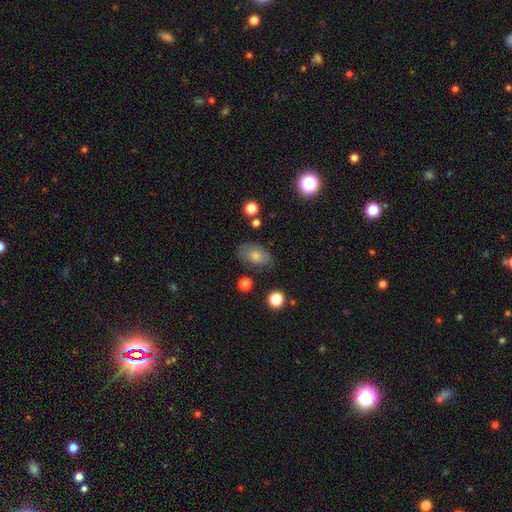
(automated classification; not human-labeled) Smooth or featured?
  - smooth: 65% *
  - featured or disk: 22%
  - star or artifact: 13%
How rounded?
  - in between: 84% *
  - round: 14%
  - cigar-shaped: 2%
Merging?
  - none: 67% *
  - minor disturbance: 23%
  - major disturbance: 7%
  - merger: 3%